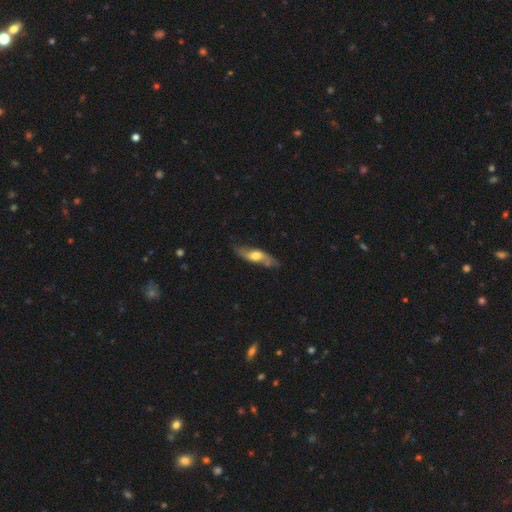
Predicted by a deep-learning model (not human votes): A featured or disk galaxy (57%). Merging: none (69%).